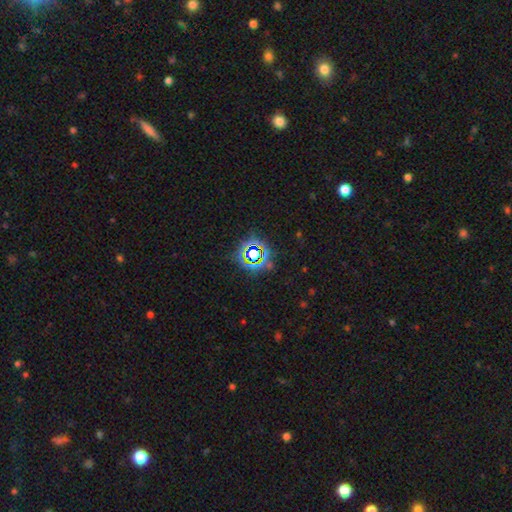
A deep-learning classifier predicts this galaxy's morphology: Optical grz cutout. It shows a star or artifact, not a galaxy (72%).